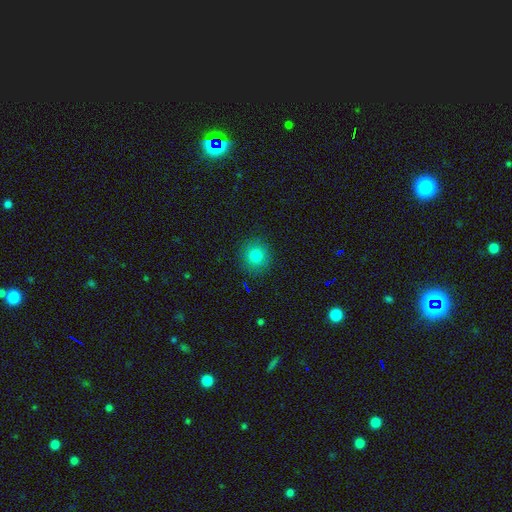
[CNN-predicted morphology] smooth_or_featured: smooth (p=0.81) [alt: star or artifact p=0.13]
how_rounded: round (p=0.91) [alt: in between p=0.08]
merging: none (p=0.90) [alt: minor disturbance p=0.07]